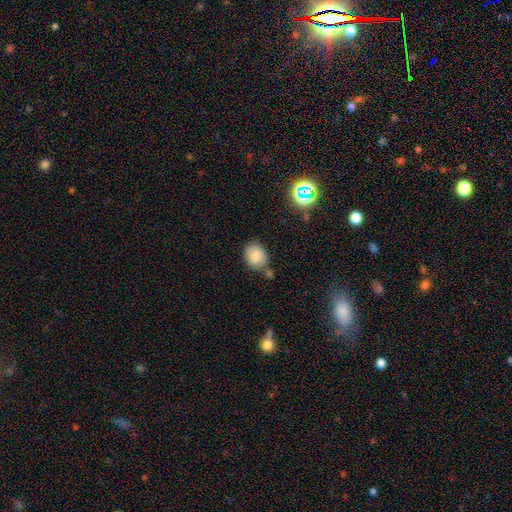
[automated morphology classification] type=smooth (81%); roundness=round (53%); merging=none (62%).